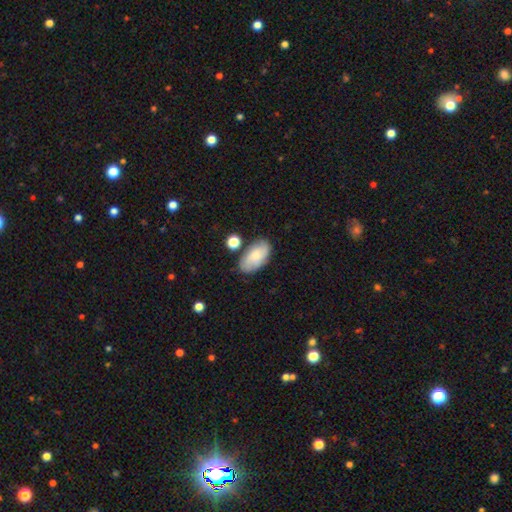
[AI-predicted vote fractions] This is likely a smooth galaxy (68%). How rounded: clearly in between (94%). Merging: likely none (71%).